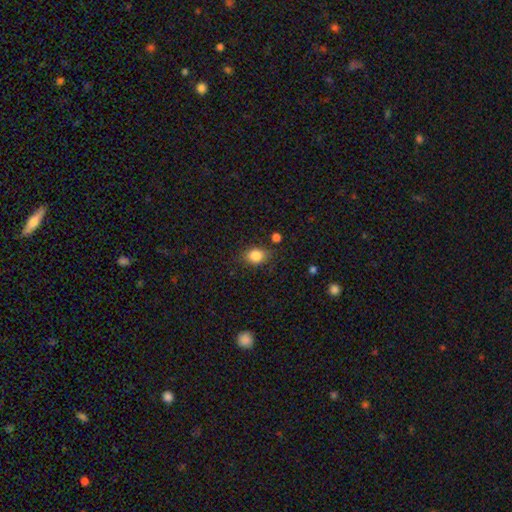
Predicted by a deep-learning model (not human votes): Q: Smooth or featured?
A: smooth (84%); runner-up: star or artifact (10%)
Q: How rounded?
A: in between (60%); runner-up: round (39%)
Q: Merging?
A: none (79%); runner-up: minor disturbance (15%)